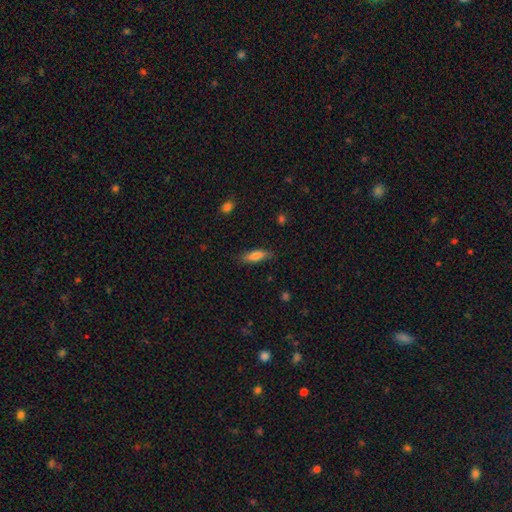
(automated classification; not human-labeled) This appears to be a smooth galaxy with no disk features (79%) that is in between round and cigar-shaped (49%, tied with cigar-shaped). Merging: none (81%).